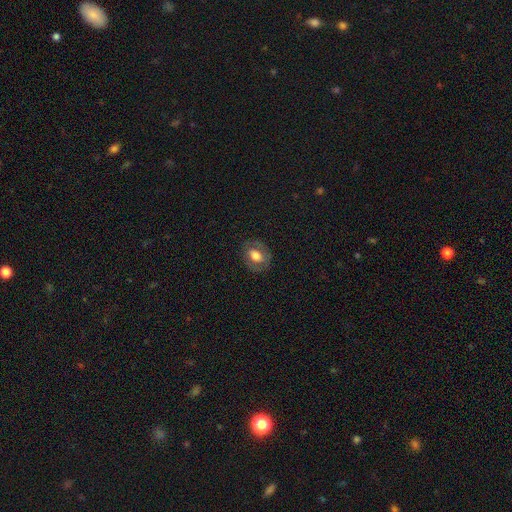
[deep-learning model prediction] Smooth or featured: smooth — 55% (featured or disk — 38%)
How rounded: in between — 61% (round — 38%)
Merging: none — 79% (minor disturbance — 14%)